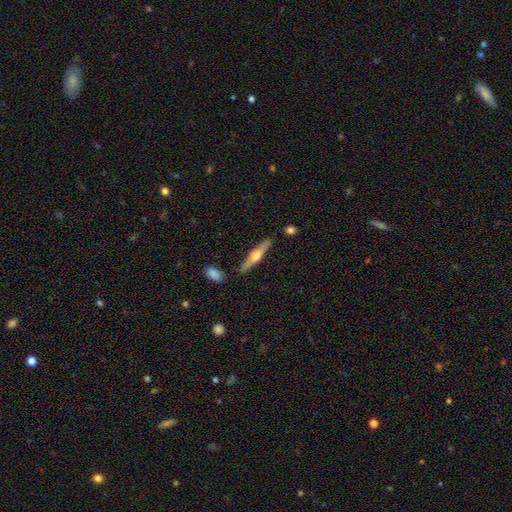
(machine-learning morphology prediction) Smooth or featured?
  - featured or disk: 61% *
  - smooth: 33%
  - star or artifact: 5%
Edge-on disk?
  - yes: 96% *
  - no: 4%
Edge-on bulge?
  - rounded: 93% *
  - boxy: 4%
  - none: 3%
Merging?
  - none: 85% *
  - minor disturbance: 9%
  - merger: 4%
  - major disturbance: 2%